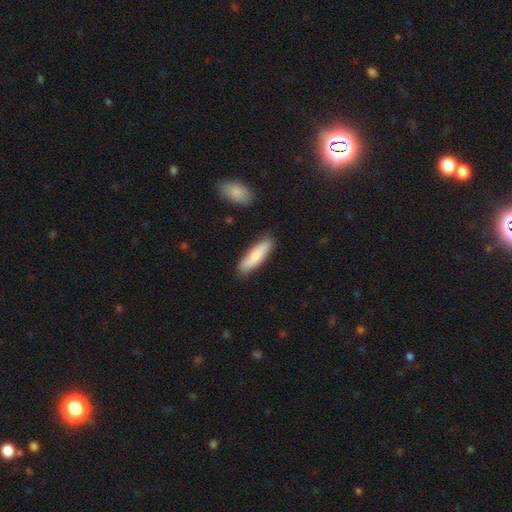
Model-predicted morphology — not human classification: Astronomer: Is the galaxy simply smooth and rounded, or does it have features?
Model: smooth — 82%.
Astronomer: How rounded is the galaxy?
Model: cigar-shaped — 67%.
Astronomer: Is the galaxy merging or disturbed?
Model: none — 85%.